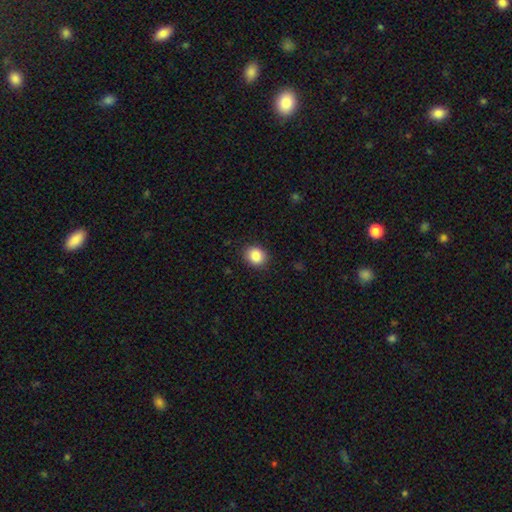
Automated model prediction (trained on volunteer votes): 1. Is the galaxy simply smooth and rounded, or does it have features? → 87% smooth, 9% star or artifact, 4% featured or disk.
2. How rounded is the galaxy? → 70% round, 29% in between, 1% cigar-shaped.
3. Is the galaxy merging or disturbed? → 88% none, 8% minor disturbance, 2% major disturbance, 1% merger.